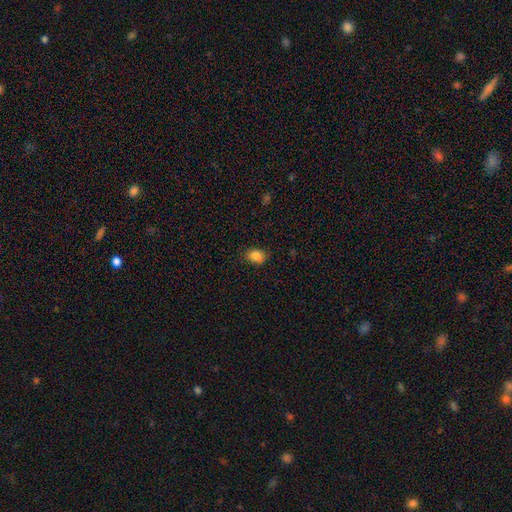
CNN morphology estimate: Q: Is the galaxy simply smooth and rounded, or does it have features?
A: smooth — 85%.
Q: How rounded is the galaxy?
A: in between — 66%.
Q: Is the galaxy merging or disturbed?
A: none — 85%.